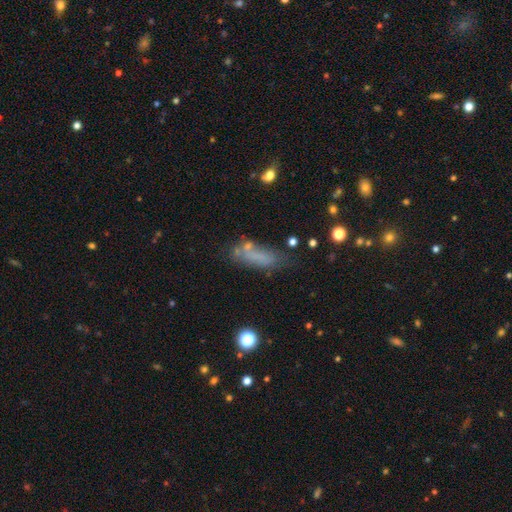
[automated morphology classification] Overall: smooth (60%; featured or disk 24%). How rounded: in between (48%, tied with cigar-shaped). Merging: none (50%; minor disturbance 24%).